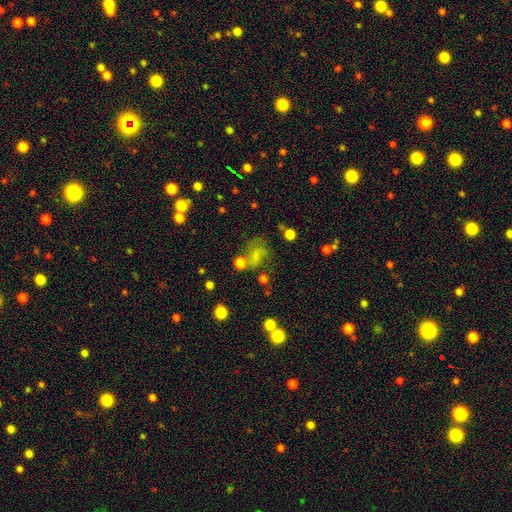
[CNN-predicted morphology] A smooth galaxy with no disk features (61%) that is in between round and cigar-shaped (51%). Merging: none (42%).